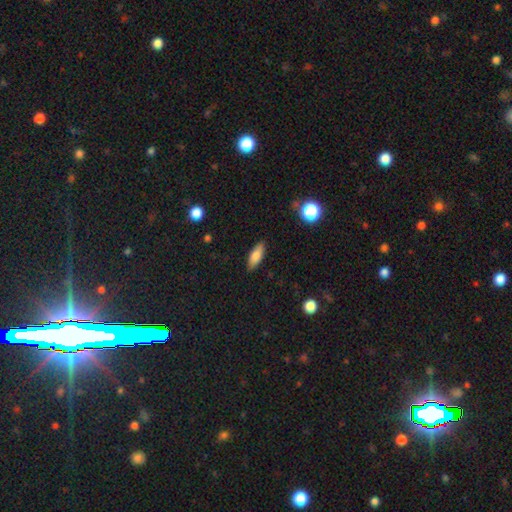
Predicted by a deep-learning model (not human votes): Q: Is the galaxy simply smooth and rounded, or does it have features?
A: smooth — 80%.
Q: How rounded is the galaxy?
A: in between — 70%.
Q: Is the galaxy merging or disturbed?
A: none — 88%.